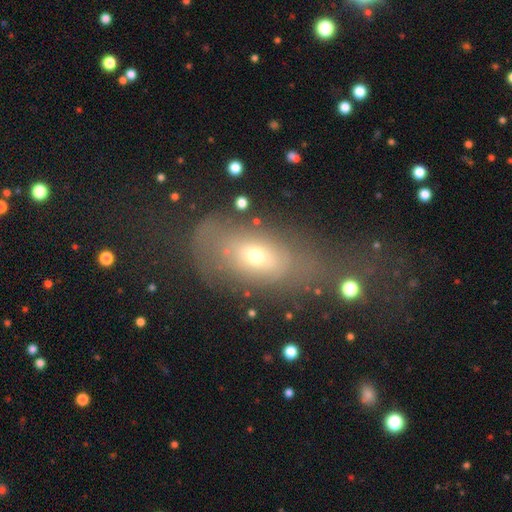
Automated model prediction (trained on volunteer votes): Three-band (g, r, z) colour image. It shows a smooth galaxy with no disk features (54%) that is in between round and cigar-shaped (77%). Merging: none (38%).